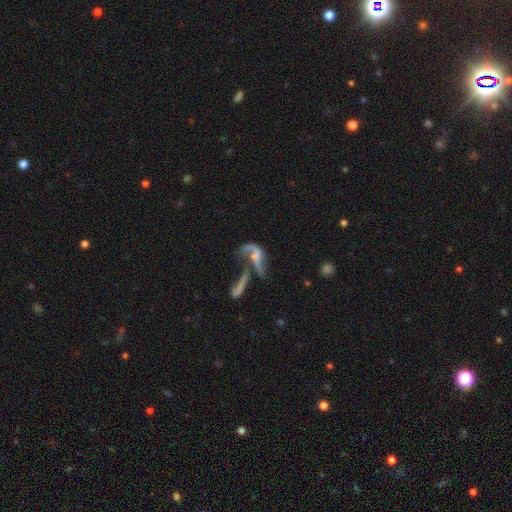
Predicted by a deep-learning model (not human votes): Smooth or featured? Predicted: featured or disk (p=0.66). Edge-on disk? Predicted: no (p=0.92). Bar? Predicted: no (p=0.65). Spiral arms? Predicted: yes (p=0.65). Bulge size? Predicted: none (p=0.46). Merging? Predicted: merger (p=0.50).